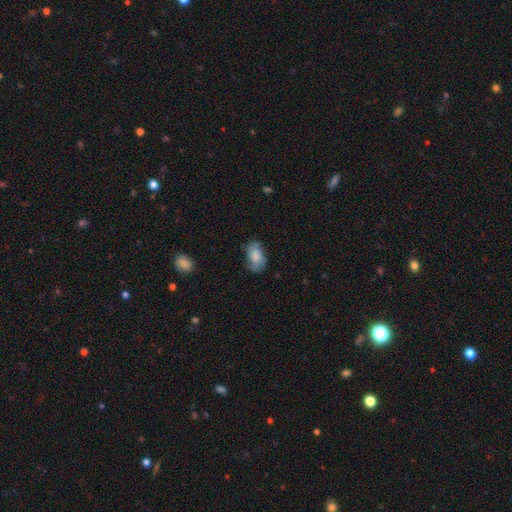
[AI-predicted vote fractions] A smooth galaxy with no disk features (66%) that is in between round and cigar-shaped (91%). Merging: none (66%).